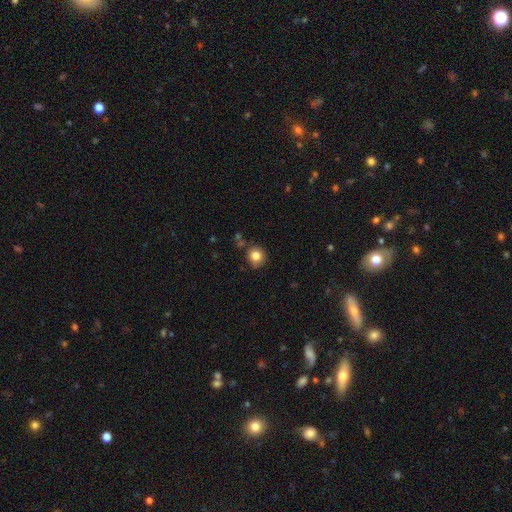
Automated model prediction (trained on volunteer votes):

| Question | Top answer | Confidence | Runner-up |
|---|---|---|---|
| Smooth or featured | smooth | 83% | star or artifact (11%) |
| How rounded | round | 87% | in between (12%) |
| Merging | none | 78% | minor disturbance (14%) |